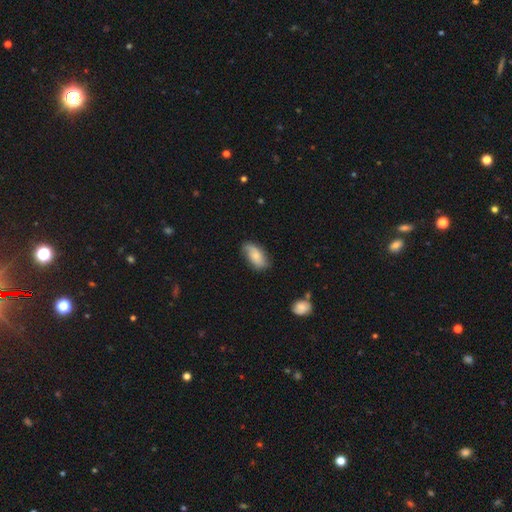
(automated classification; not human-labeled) Smooth or featured? Predicted: smooth (p=0.70). How rounded? Predicted: in between (p=0.91). Merging? Predicted: none (p=0.68).